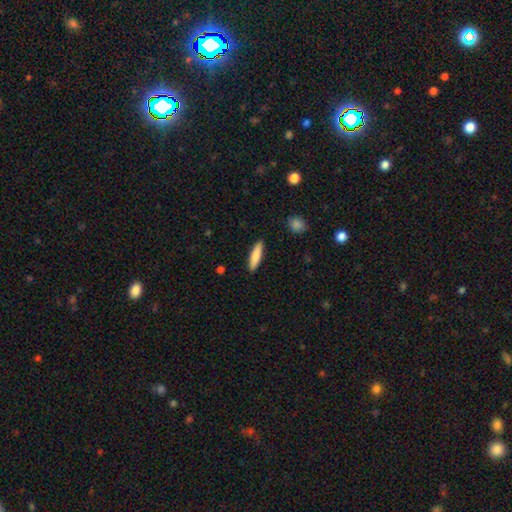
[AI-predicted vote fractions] Smooth or featured? Predicted: smooth (p=0.81). How rounded? Predicted: cigar-shaped (p=0.73). Merging? Predicted: none (p=0.89).